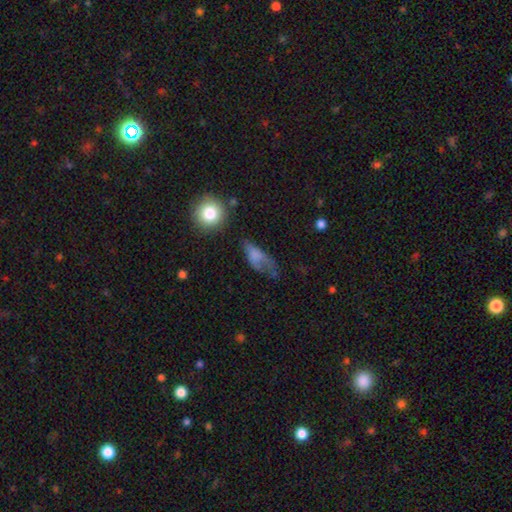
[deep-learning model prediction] This appears to be a smooth galaxy with no disk features (66%) that is in between round and cigar-shaped (74%). Merging: major disturbance (38%).